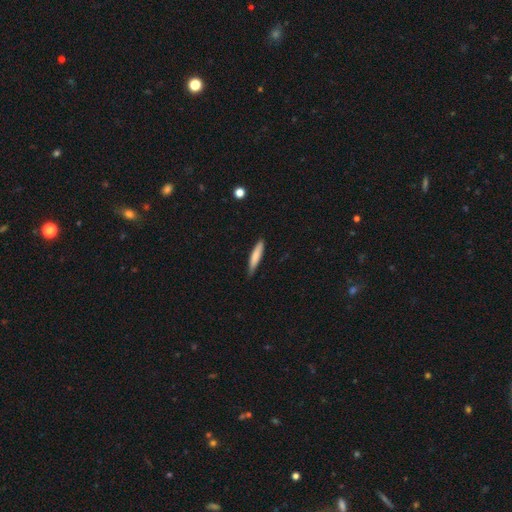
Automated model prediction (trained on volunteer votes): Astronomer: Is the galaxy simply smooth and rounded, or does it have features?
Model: smooth — 77%.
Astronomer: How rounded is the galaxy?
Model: cigar-shaped — 88%.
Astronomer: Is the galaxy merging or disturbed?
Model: none — 83%.